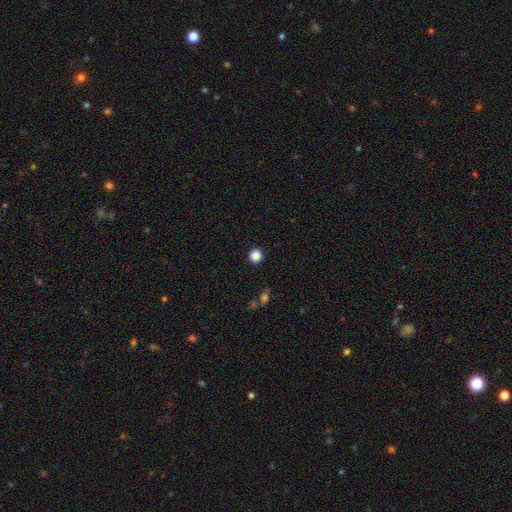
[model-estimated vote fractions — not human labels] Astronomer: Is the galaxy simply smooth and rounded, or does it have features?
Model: smooth — 86%.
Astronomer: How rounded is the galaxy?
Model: round — 96%.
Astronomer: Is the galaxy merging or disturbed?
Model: none — 93%.